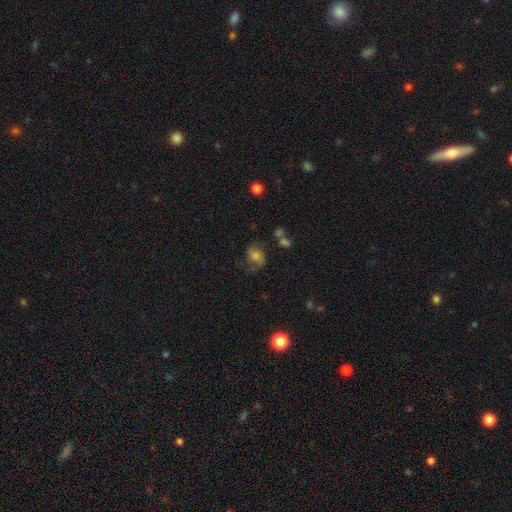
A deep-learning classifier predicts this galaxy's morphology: Smooth or featured? smooth (50%)
Merging? none (47%)